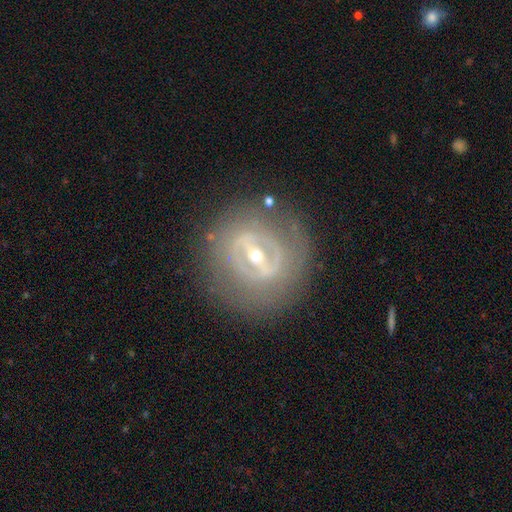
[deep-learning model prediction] This appears to be a featured or disk galaxy (80%) with a strong bar (58%), no spiral arms (61%) and a small central bulge (50%). Merging: none (80%).